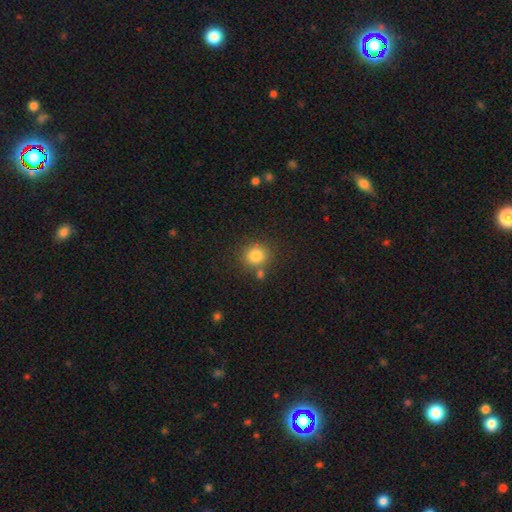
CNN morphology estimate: Q: Smooth or featured?
A: smooth (83%); runner-up: star or artifact (11%)
Q: How rounded?
A: round (84%); runner-up: in between (15%)
Q: Merging?
A: none (74%); runner-up: merger (12%)